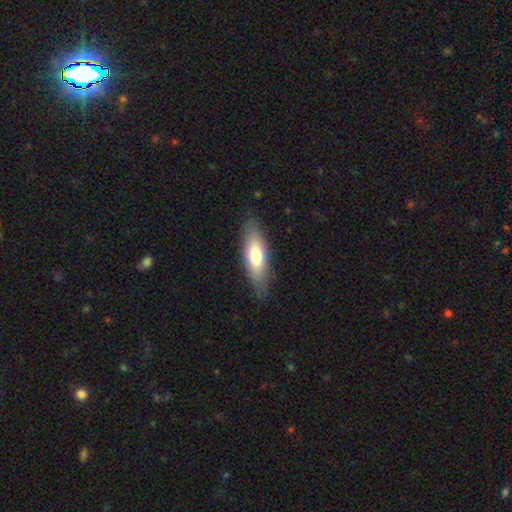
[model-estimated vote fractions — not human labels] Smooth or featured: smooth — 72% (featured or disk — 23%)
How rounded: in between — 60% (cigar-shaped — 38%)
Merging: none — 81% (minor disturbance — 14%)